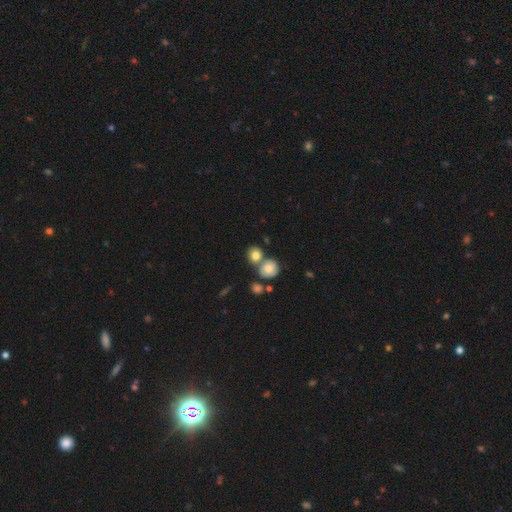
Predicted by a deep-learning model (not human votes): This appears to be a smooth galaxy with no disk features (78%) that is round (80%). Merging: none (51%).